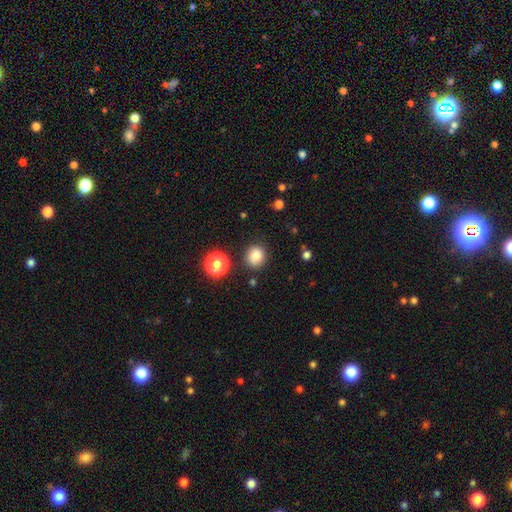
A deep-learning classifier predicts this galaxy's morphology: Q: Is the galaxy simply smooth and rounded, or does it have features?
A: smooth — 83%.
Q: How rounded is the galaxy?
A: round — 77%.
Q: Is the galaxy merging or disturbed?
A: none — 84%.